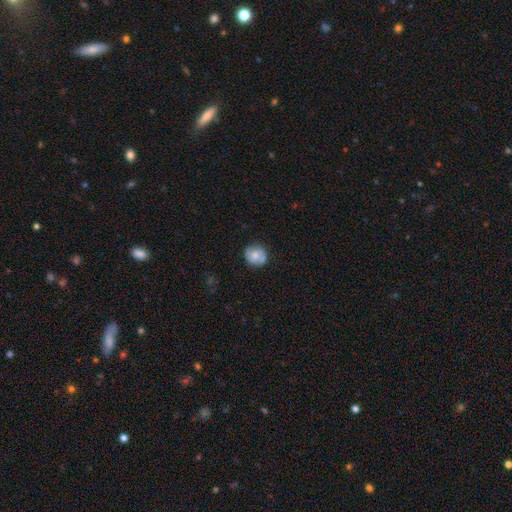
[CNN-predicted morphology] The model was most divided on "smooth or featured": smooth: 64%, featured or disk: 29%, star or artifact: 8%. More confident: how rounded — round (84%); merging — none (73%).